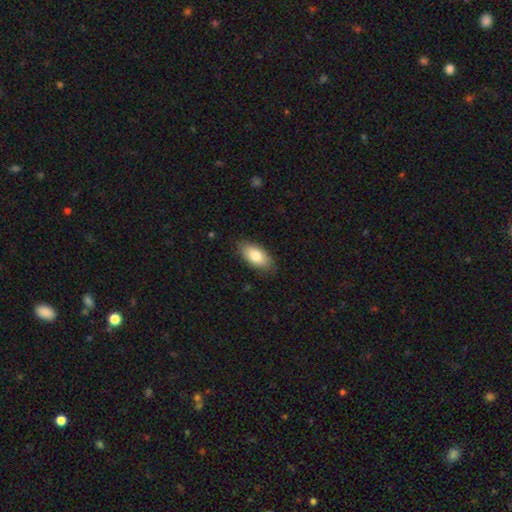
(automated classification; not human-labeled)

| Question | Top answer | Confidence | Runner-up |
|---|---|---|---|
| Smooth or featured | smooth | 80% | featured or disk (13%) |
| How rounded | in between | 91% | cigar-shaped (6%) |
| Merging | none | 84% | minor disturbance (12%) |